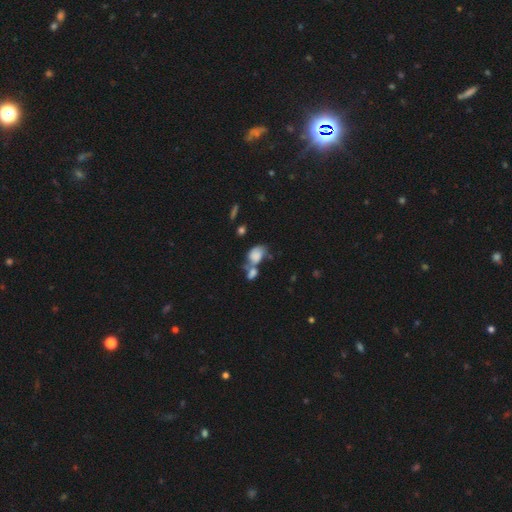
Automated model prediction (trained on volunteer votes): Morphology: type=smooth (77%); roundness=in between (75%); merging=merger (58%).